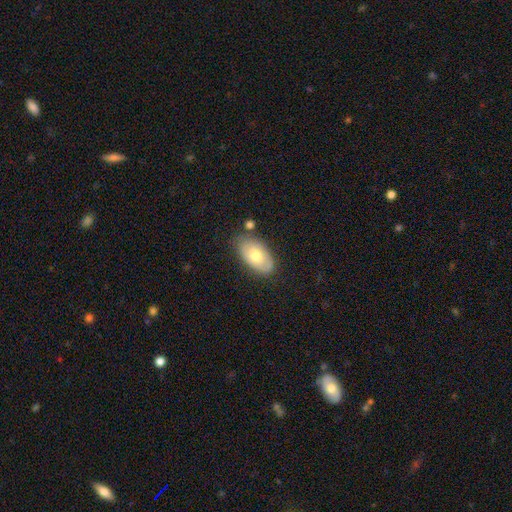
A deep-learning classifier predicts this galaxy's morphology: Smooth or featured? Predicted: smooth (p=0.64). How rounded? Predicted: in between (p=0.93). Merging? Predicted: none (p=0.72).